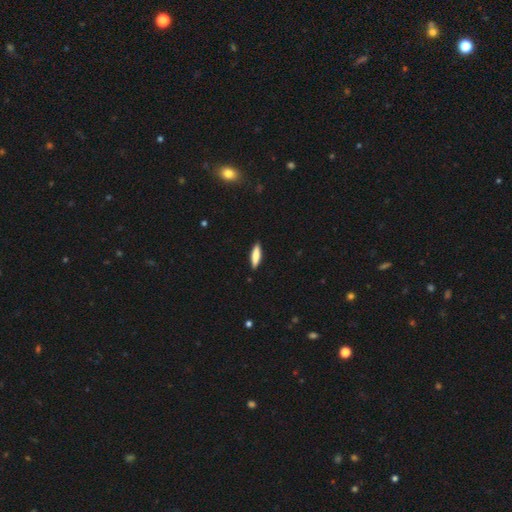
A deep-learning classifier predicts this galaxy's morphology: type=smooth (80%); roundness=cigar-shaped (74%); merging=none (90%).